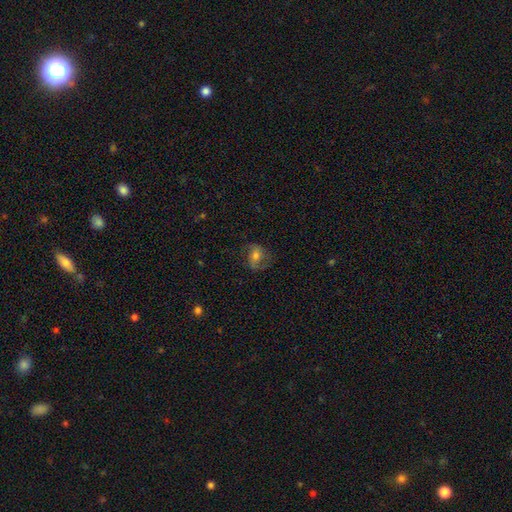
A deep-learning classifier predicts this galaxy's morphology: type=featured or disk (53%); edge-on=no (96%); bar=no (48%); spiral arms=yes (84%); bulge=moderate (57%); merging=none (68%).